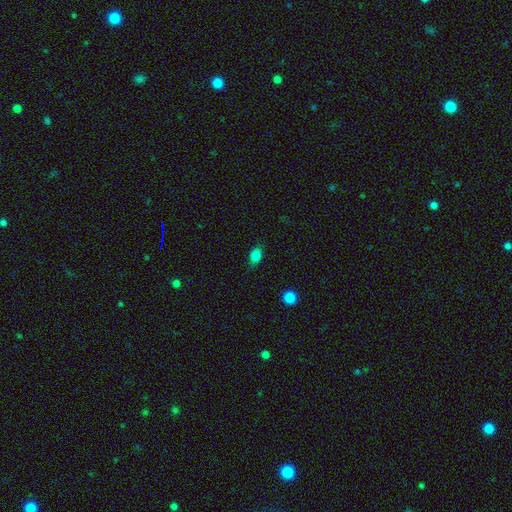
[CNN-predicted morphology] This is clearly a smooth galaxy (83%). How rounded: clearly in between (82%). Merging: clearly none (82%).